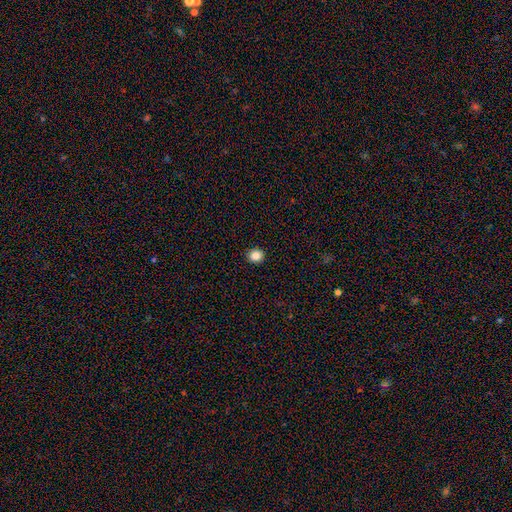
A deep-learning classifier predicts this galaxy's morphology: type=smooth (86%); roundness=round (88%); merging=none (93%).